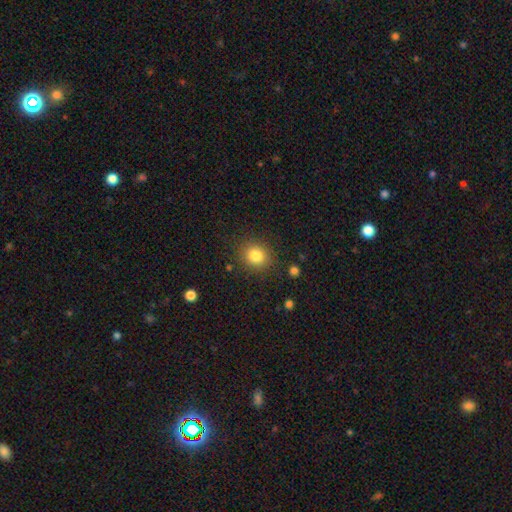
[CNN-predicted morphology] Smooth or featured?
  - smooth: 82% *
  - star or artifact: 11%
  - featured or disk: 7%
How rounded?
  - round: 77% *
  - in between: 22%
  - cigar-shaped: 1%
Merging?
  - none: 87% *
  - minor disturbance: 8%
  - major disturbance: 3%
  - merger: 2%